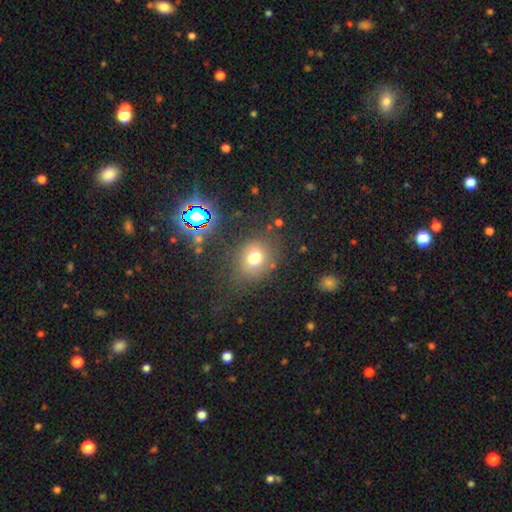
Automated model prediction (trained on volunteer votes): A smooth galaxy with no disk features (72%) that is round (64%). Merging: none (71%).